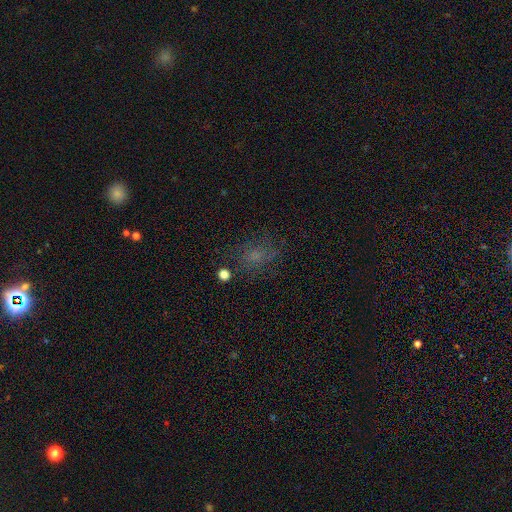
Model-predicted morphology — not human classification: The model was most divided on "how rounded": in between: 52%, round: 46%, cigar-shaped: 2%. More confident: merging — none (61%); smooth or featured — smooth (54%).